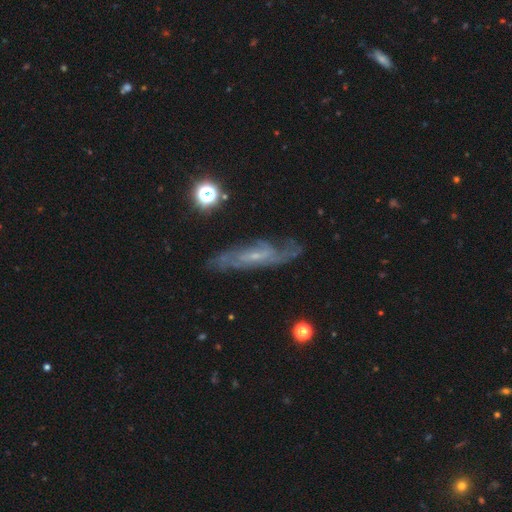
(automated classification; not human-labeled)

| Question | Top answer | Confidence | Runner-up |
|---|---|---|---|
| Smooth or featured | featured or disk | 79% | smooth (14%) |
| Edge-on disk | no | 75% | yes (25%) |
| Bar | no | 46% | weak (43%) |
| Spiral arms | yes | 90% | no (10%) |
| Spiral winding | medium | 43% | tight (35%) |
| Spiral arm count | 2 | 44% | can't tell (36%) |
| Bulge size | small | 73% | moderate (17%) |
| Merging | none | 71% | minor disturbance (19%) |